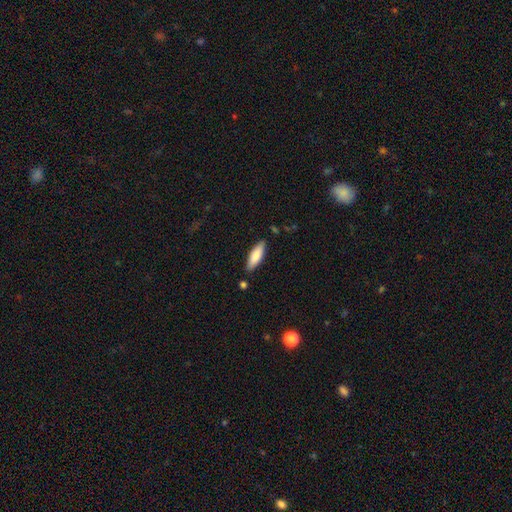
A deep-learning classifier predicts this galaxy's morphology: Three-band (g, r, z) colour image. It shows a smooth galaxy with no disk features (81%) that is in between round and cigar-shaped (54%). Merging: none (84%).